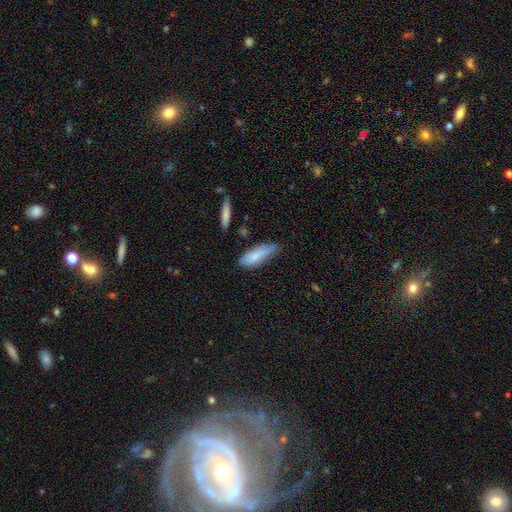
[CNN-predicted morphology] smooth_or_featured: smooth (p=0.80) [alt: featured or disk p=0.13]
how_rounded: in between (p=0.61) [alt: cigar-shaped p=0.38]
merging: none (p=0.56) [alt: minor disturbance p=0.34]